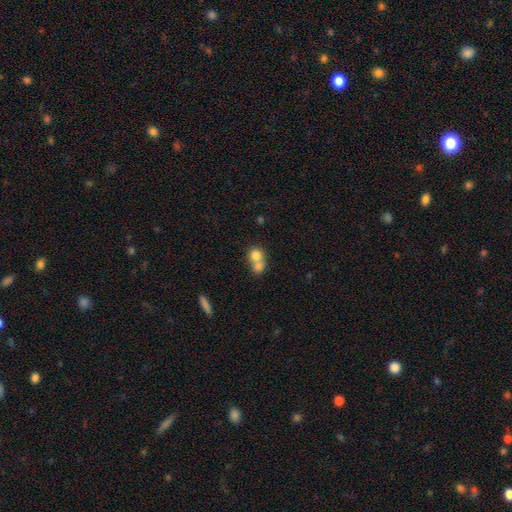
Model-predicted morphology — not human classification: A smooth galaxy with no disk features (77%) that is round (78%). Merging: merger (66%).